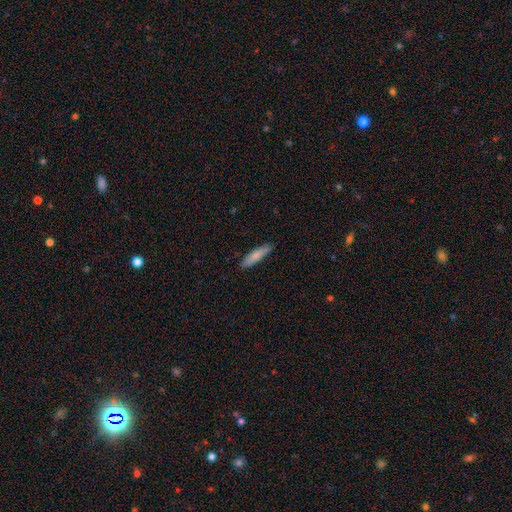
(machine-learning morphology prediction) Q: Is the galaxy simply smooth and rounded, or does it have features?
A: smooth — 78%.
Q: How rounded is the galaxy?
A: cigar-shaped — 79%.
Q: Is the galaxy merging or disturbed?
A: none — 84%.